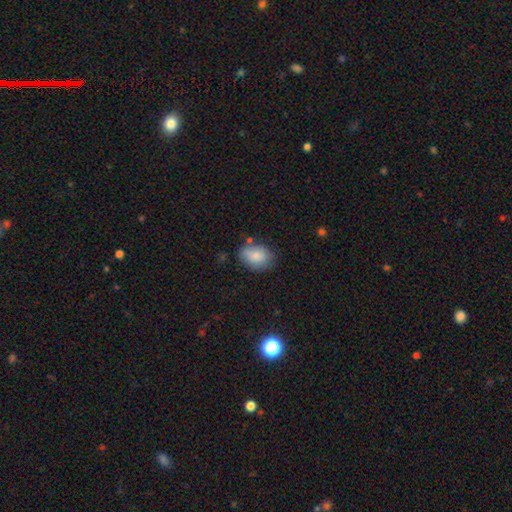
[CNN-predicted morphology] The model was most divided on "merging": none: 69%, minor disturbance: 21%, major disturbance: 5%, merger: 5%. More confident: smooth or featured — smooth (83%); how rounded — in between (77%).